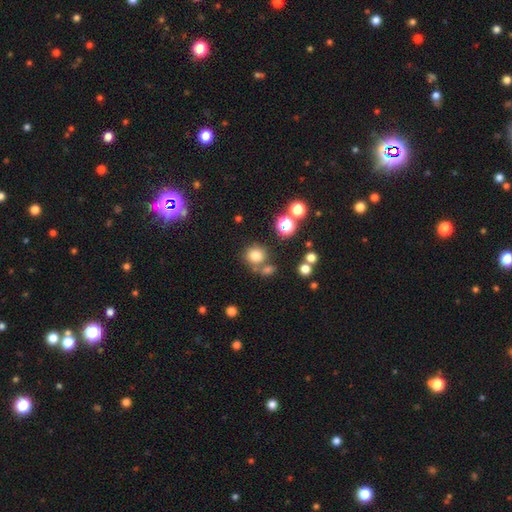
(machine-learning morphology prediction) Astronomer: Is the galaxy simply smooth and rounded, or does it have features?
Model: smooth — 76%.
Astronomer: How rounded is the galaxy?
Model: round — 87%.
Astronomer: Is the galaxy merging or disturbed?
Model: none — 66%.